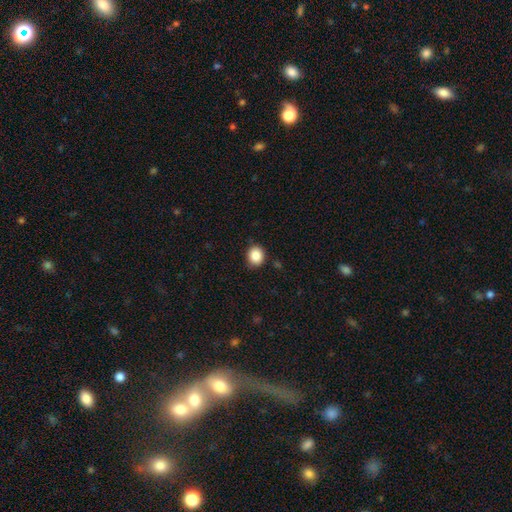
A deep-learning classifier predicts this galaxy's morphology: Smooth or featured?
  - smooth: 87% *
  - star or artifact: 9%
  - featured or disk: 4%
How rounded?
  - round: 77% *
  - in between: 22%
  - cigar-shaped: 1%
Merging?
  - none: 87% *
  - minor disturbance: 9%
  - major disturbance: 2%
  - merger: 1%